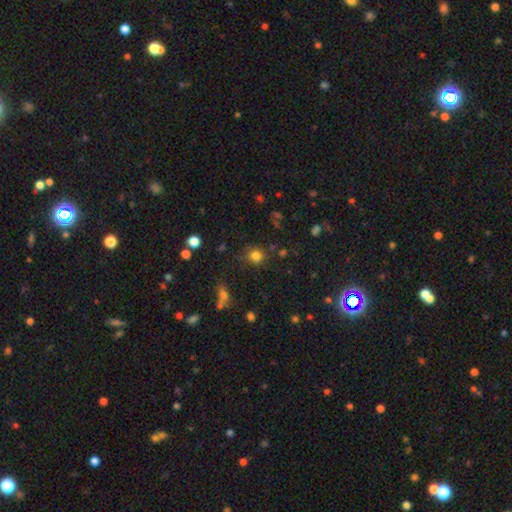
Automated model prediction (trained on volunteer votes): A smooth galaxy with no disk features (79%) that is round (89%).

Vote fractions:
- Smooth or featured? smooth: 79% / star or artifact: 15% / featured or disk: 6%
- How rounded? round: 89% / in between: 10% / cigar-shaped: 1%
- Merging? none: 79% / minor disturbance: 13% / major disturbance: 5% / merger: 4%